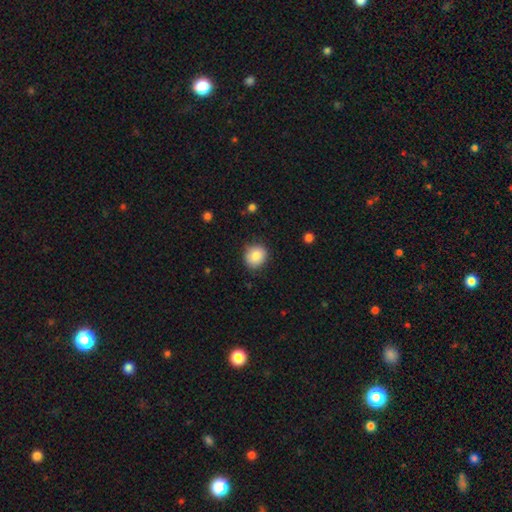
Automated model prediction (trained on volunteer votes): Smooth or featured: smooth — 85% (star or artifact — 8%)
How rounded: round — 76% (in between — 23%)
Merging: none — 83% (minor disturbance — 13%)